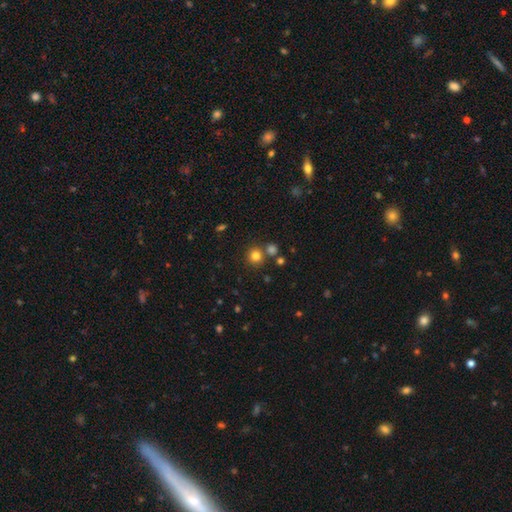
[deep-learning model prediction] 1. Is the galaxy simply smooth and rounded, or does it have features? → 80% smooth, 14% star or artifact, 6% featured or disk.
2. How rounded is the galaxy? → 90% round, 9% in between, 1% cigar-shaped.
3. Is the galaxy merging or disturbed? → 76% none, 13% merger, 8% minor disturbance, 3% major disturbance.